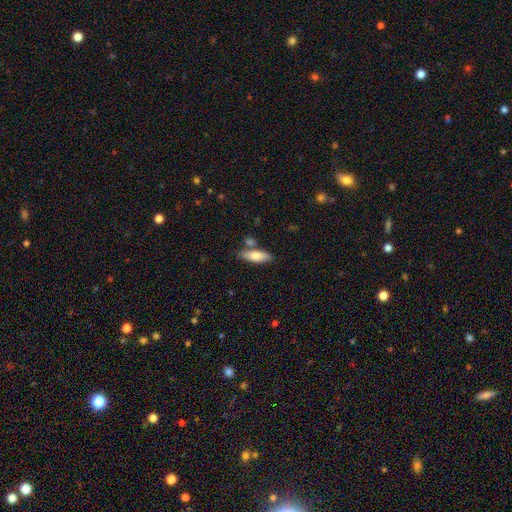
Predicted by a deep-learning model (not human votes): Morphology: type=smooth (77%); roundness=in between (58%); merging=none (72%).